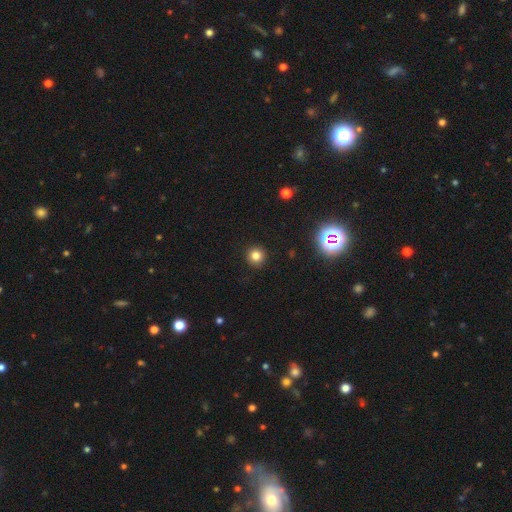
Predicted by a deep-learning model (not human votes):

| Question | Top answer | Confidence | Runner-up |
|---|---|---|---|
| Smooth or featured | smooth | 80% | star or artifact (14%) |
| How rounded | round | 94% | in between (5%) |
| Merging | none | 92% | minor disturbance (5%) |